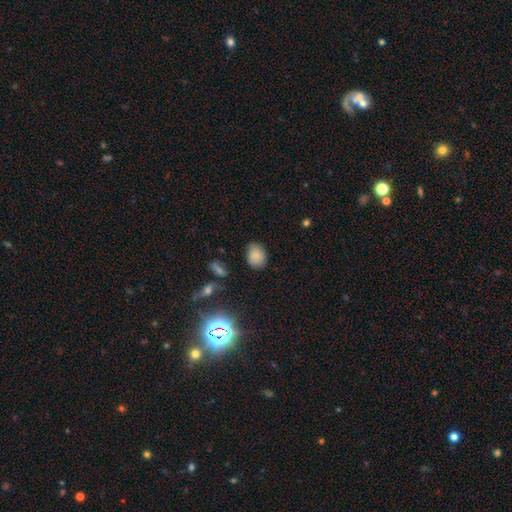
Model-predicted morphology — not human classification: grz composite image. It shows a smooth galaxy with no disk features (81%) that is in between round and cigar-shaped (58%). Merging: none (78%).